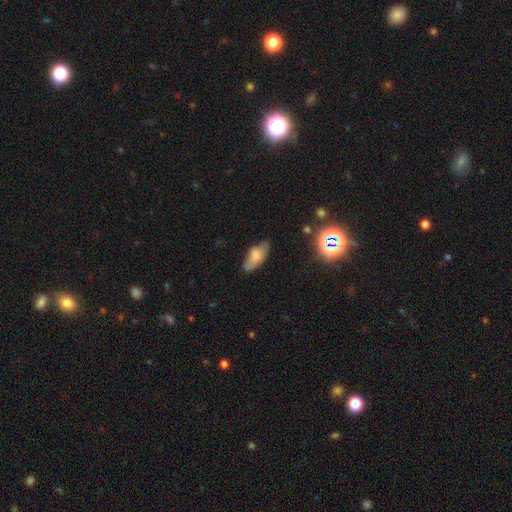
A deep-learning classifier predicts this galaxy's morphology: smooth-or-featured: smooth: 71% | featured or disk: 19% | star or artifact: 10%
  how-rounded: in between: 88% | cigar-shaped: 9% | round: 3%
  merging: none: 63% | minor disturbance: 28% | major disturbance: 7% | merger: 2%